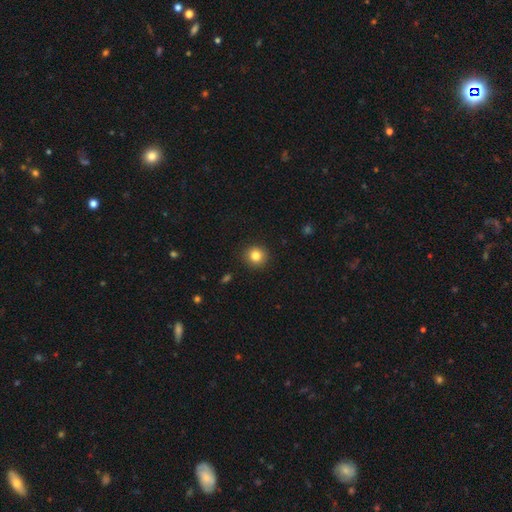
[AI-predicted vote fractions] This appears to be a smooth galaxy with no disk features (82%) that is round (91%). Merging: none (92%).